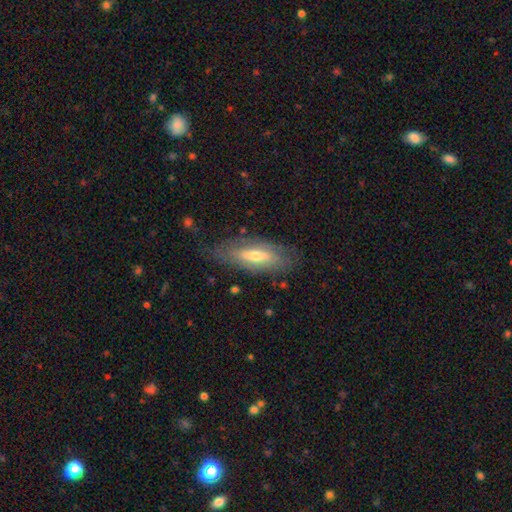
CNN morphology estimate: This is possibly a featured or disk galaxy (52%). It is possibly not viewed edge-on (57%). Merging: likely none (71%).